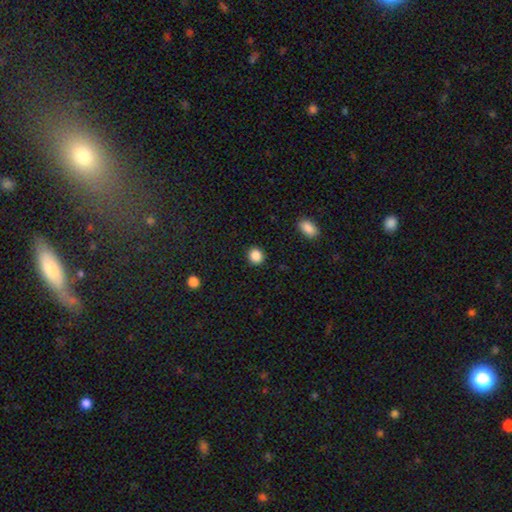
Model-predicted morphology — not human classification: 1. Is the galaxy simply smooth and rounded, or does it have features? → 88% smooth, 9% star or artifact, 3% featured or disk.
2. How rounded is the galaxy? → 85% round, 14% in between, 1% cigar-shaped.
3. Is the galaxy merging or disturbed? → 92% none, 5% minor disturbance, 2% major disturbance, 1% merger.